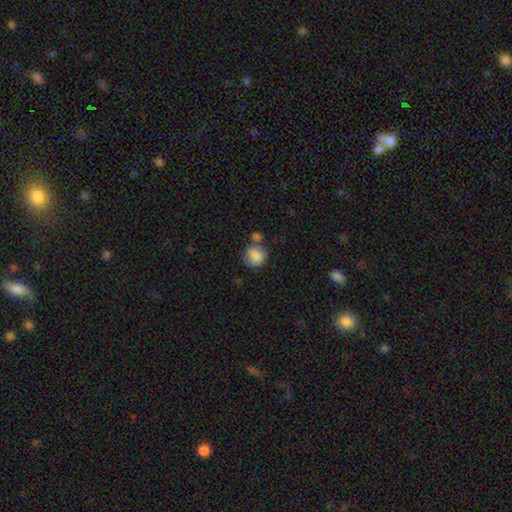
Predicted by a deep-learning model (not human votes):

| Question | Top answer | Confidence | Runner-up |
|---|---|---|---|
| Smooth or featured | smooth | 85% | star or artifact (8%) |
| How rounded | round | 76% | in between (23%) |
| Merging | none | 53% | merger (22%) |